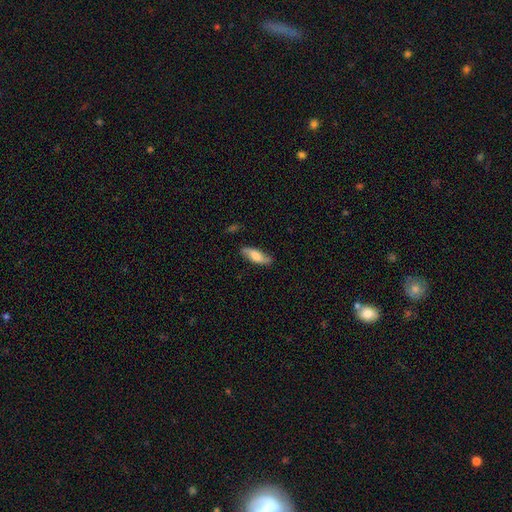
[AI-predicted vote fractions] Overall: smooth (51%; featured or disk 42%). How rounded: in between (65%; cigar-shaped 32%). Merging: none (79%).